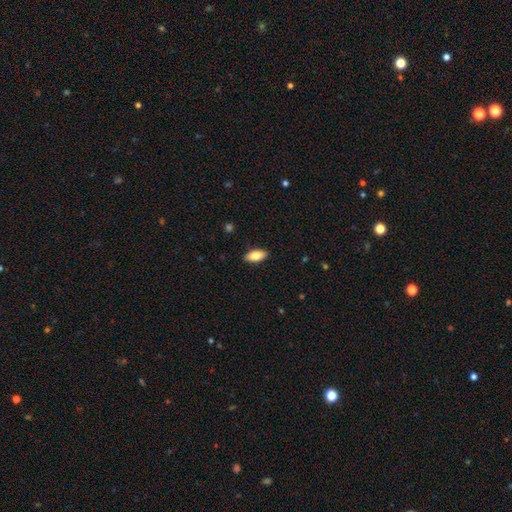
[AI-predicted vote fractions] Smooth or featured? smooth (83%)
How rounded? in between (88%)
Merging? none (89%)